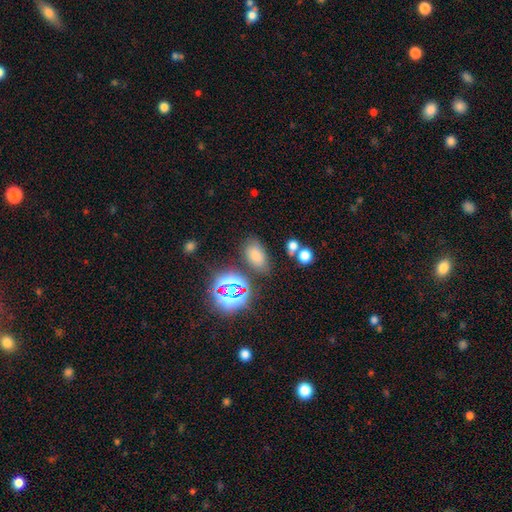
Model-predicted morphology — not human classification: This is likely a smooth galaxy (69%). How rounded: clearly in between (90%). Merging: likely none (74%).